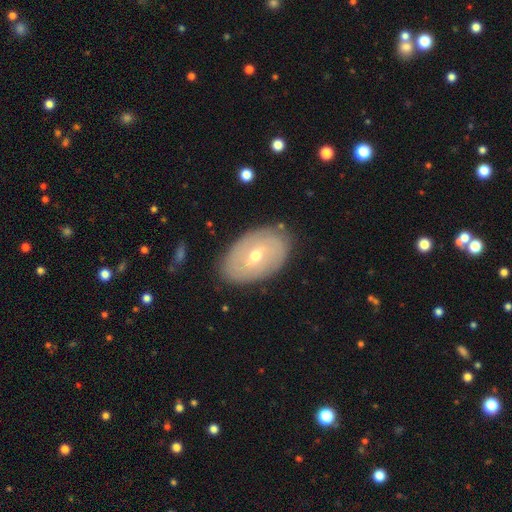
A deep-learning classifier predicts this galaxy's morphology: type=featured or disk (62%); edge-on=no (92%); bar=weak (52%); spiral arms=yes (56%); bulge=moderate (56%); merging=none (83%).